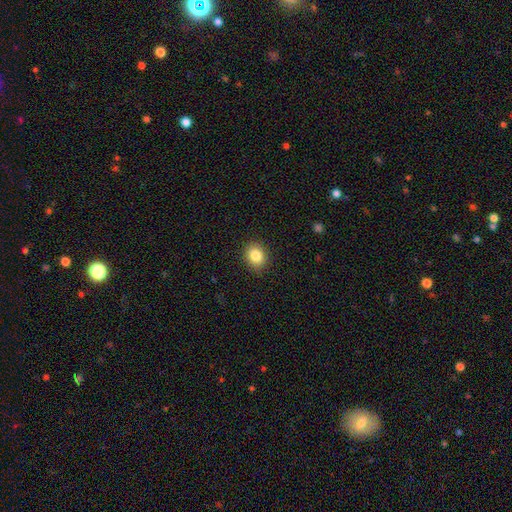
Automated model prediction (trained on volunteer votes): Smooth or featured?
  - smooth: 85% *
  - star or artifact: 10%
  - featured or disk: 6%
How rounded?
  - round: 55% *
  - in between: 44%
  - cigar-shaped: 1%
Merging?
  - none: 88% *
  - minor disturbance: 9%
  - major disturbance: 2%
  - merger: 1%